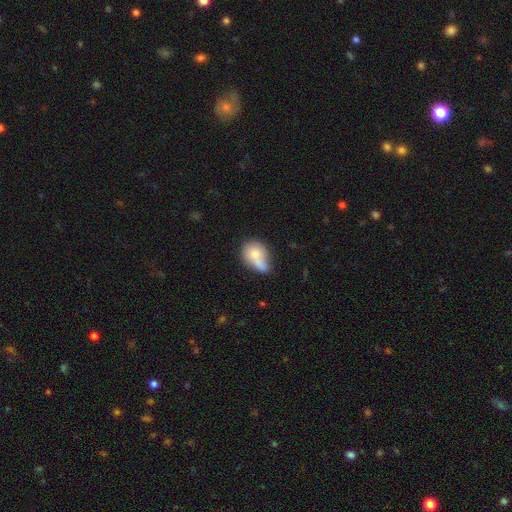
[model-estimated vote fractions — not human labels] Q: Smooth or featured?
A: smooth (71%); runner-up: featured or disk (21%)
Q: How rounded?
A: in between (53%); runner-up: round (45%)
Q: Merging?
A: merger (52%); runner-up: none (23%)